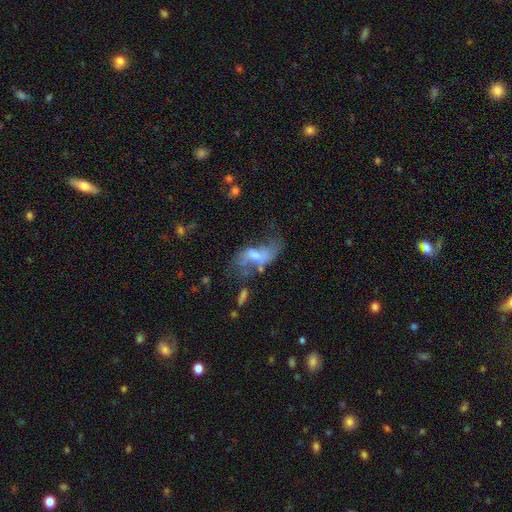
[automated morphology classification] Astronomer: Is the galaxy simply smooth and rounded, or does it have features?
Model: featured or disk — 62%.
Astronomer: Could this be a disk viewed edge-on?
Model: no — 93%.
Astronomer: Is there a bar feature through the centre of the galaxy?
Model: no — 48% (runner-up: weak, 39%).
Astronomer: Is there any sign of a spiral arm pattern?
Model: yes — 66%.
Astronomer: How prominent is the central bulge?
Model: moderate — 46% (runner-up: small, 33%).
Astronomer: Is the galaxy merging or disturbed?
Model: major disturbance — 34% (runner-up: none, 33%).